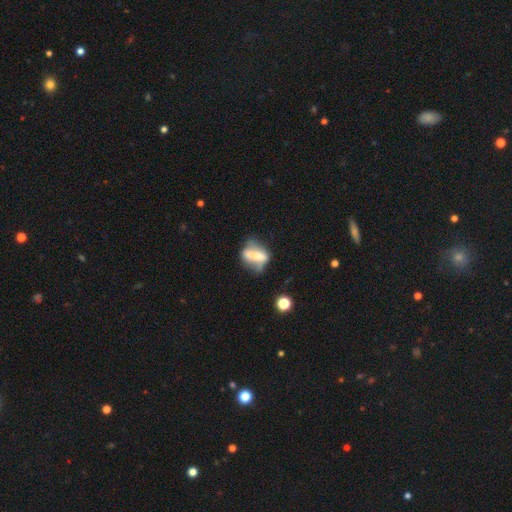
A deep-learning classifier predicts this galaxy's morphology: Overall: featured or disk (53%; smooth 38%). Edge-on disk: no (76%). Merging: none (50%; minor disturbance 27%).